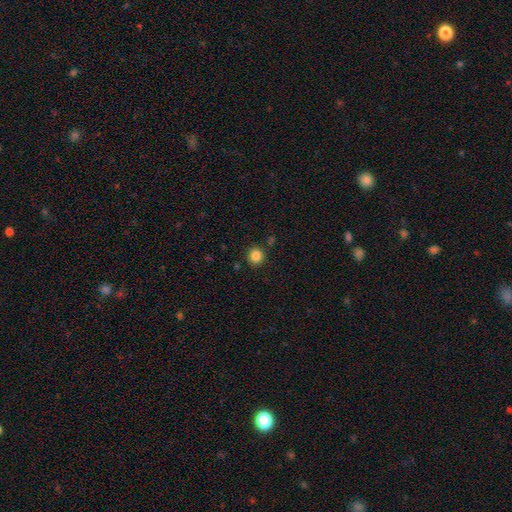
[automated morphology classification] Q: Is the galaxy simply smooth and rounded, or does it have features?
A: smooth — 85%.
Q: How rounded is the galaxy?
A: round — 91%.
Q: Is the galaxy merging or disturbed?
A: none — 89%.